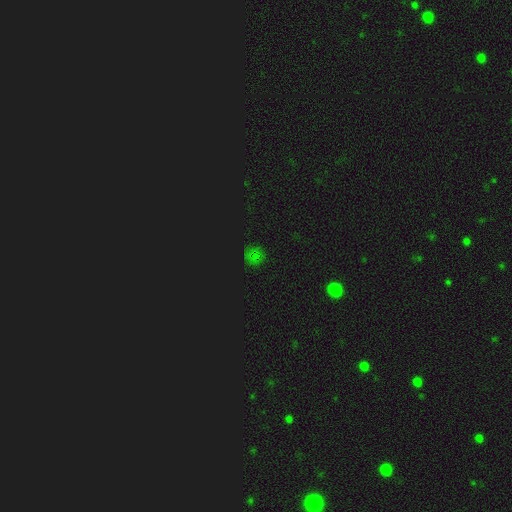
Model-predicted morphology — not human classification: type=star or artifact (51%).